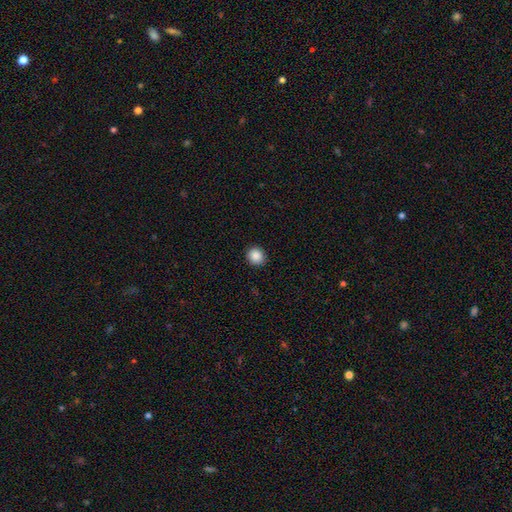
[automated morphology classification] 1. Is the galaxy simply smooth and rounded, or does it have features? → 88% smooth, 9% star or artifact, 3% featured or disk.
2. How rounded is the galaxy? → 87% round, 12% in between, 1% cigar-shaped.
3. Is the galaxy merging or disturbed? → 91% none, 6% minor disturbance, 2% major disturbance, 1% merger.